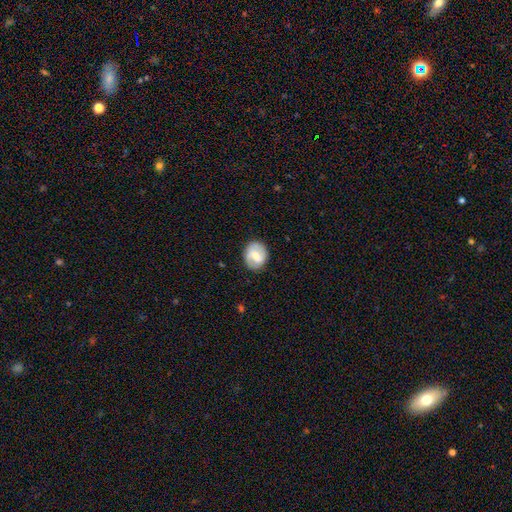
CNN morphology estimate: smooth-or-featured: smooth: 48% | featured or disk: 46% | star or artifact: 7%
  merging: none: 83% | minor disturbance: 13% | major disturbance: 3% | merger: 1%